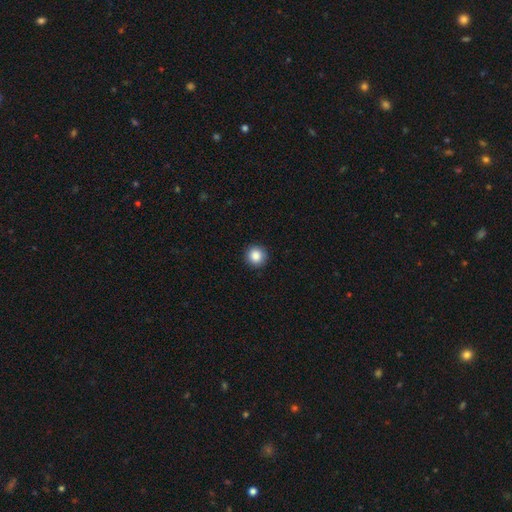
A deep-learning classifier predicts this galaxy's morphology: Q: Smooth or featured?
A: smooth (87%); runner-up: star or artifact (9%)
Q: How rounded?
A: round (95%); runner-up: in between (4%)
Q: Merging?
A: none (93%); runner-up: minor disturbance (5%)